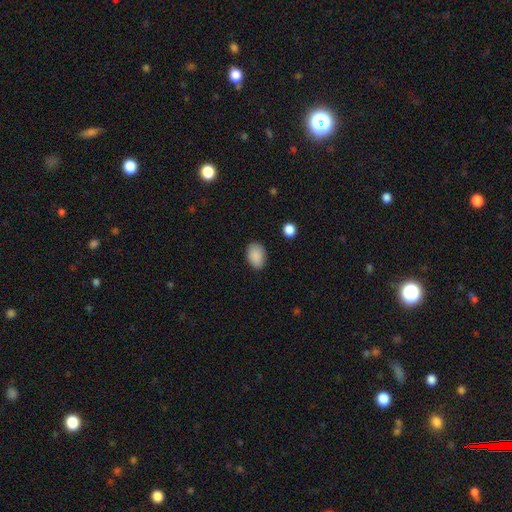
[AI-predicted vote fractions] A smooth galaxy with no disk features (89%) that is in between round and cigar-shaped (84%).

Vote fractions:
- Smooth or featured? smooth: 89% / star or artifact: 8% / featured or disk: 3%
- How rounded? in between: 84% / round: 15% / cigar-shaped: 1%
- Merging? none: 82% / minor disturbance: 14% / major disturbance: 3% / merger: 1%